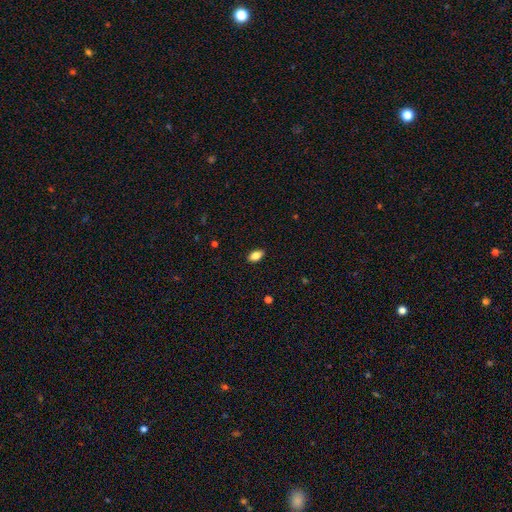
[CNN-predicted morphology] This appears to be a smooth galaxy with no disk features (84%) that is in between round and cigar-shaped (90%). Merging: none (89%).